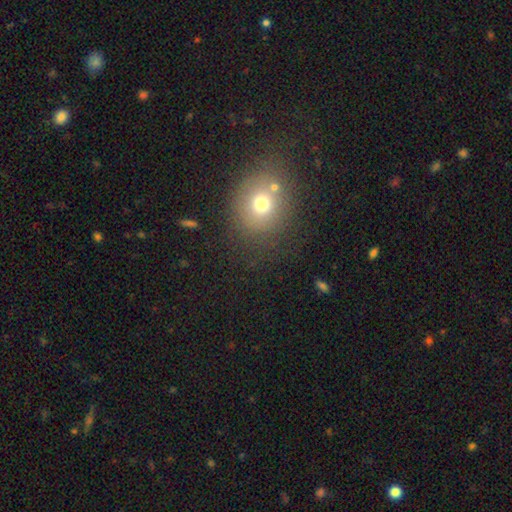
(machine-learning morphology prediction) The model was most divided on "how rounded": round: 68%, in between: 31%, cigar-shaped: 1%. More confident: merging — none (73%); smooth or featured — smooth (64%).